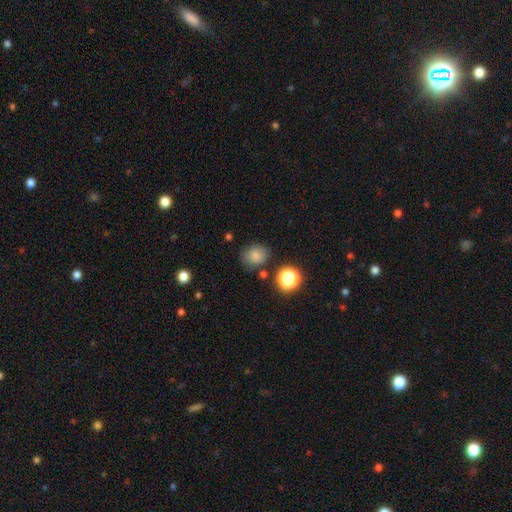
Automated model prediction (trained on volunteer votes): Q: Smooth or featured?
A: smooth (80%); runner-up: star or artifact (14%)
Q: How rounded?
A: round (65%); runner-up: in between (34%)
Q: Merging?
A: none (74%); runner-up: minor disturbance (16%)